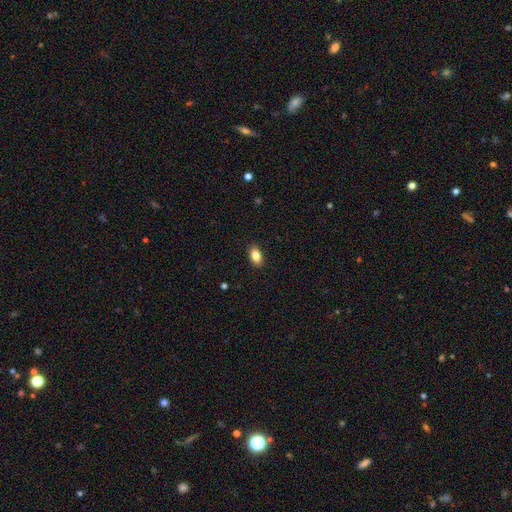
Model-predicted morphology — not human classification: smooth 85%, star or artifact 8%, featured or disk 7%. Down the decision tree: how rounded — in between (90%); merging — none (90%).